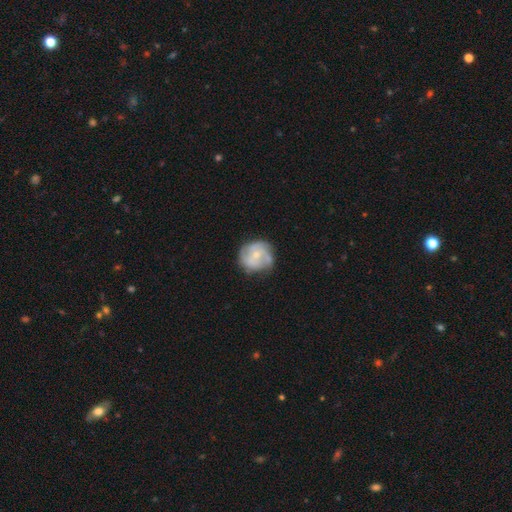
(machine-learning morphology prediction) smooth-or-featured: featured or disk: 68% | smooth: 25% | star or artifact: 6%
  disk-edge-on: no: 98% | yes: 2%
    bar: no: 69% | weak: 27% | strong: 4%
    has-spiral-arms: yes: 85% | no: 15%
      spiral-winding: tight: 48% | medium: 38% | loose: 13%
      spiral-arm-count: 3: 33% | can't tell: 28% | 2: 22% | 4: 8% | 1: 4% | more than 4: 4%
    bulge-size: small: 55% | moderate: 38% | none: 4% | large: 2% | dominant: 1%
  merging: none: 67% | minor disturbance: 22% | major disturbance: 8% | merger: 2%